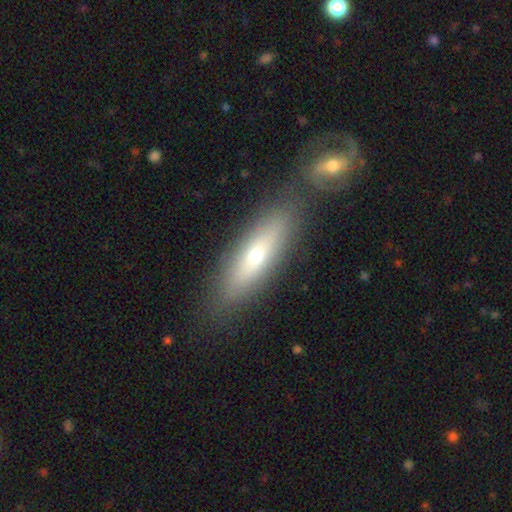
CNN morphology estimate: The model was most divided on "smooth or featured": smooth: 51%, featured or disk: 41%, star or artifact: 8%. More confident: merging — none (68%); how rounded — cigar-shaped (54%).